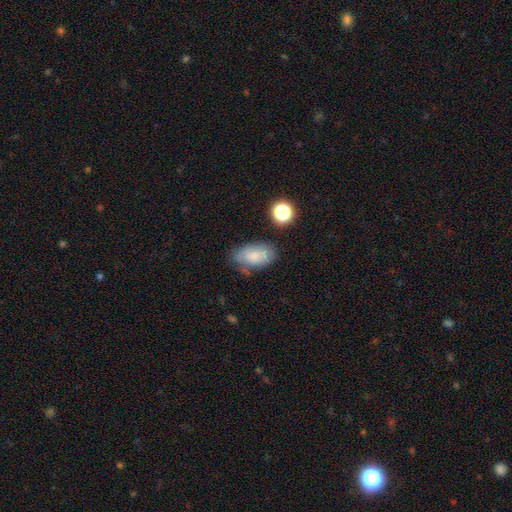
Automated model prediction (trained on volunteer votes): A smooth galaxy with no disk features (78%) that is in between round and cigar-shaped (92%). Merging: none (66%).